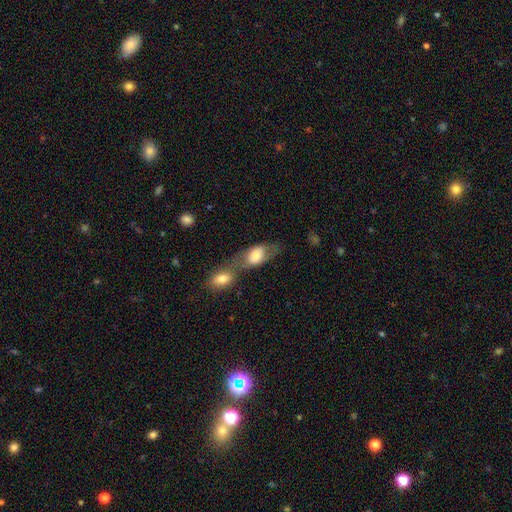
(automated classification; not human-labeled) smooth-or-featured: smooth: 66% | featured or disk: 27% | star or artifact: 7%
  how-rounded: in between: 85% | round: 9% | cigar-shaped: 6%
  merging: merger: 56% | none: 27% | minor disturbance: 10% | major disturbance: 7%